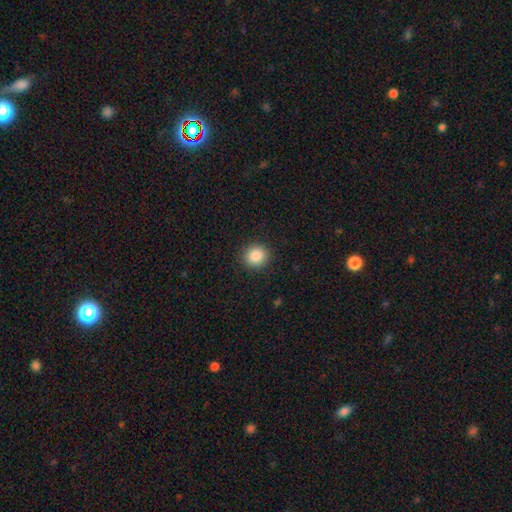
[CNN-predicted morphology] A smooth galaxy with no disk features (87%) that is round (87%). Merging: none (91%).